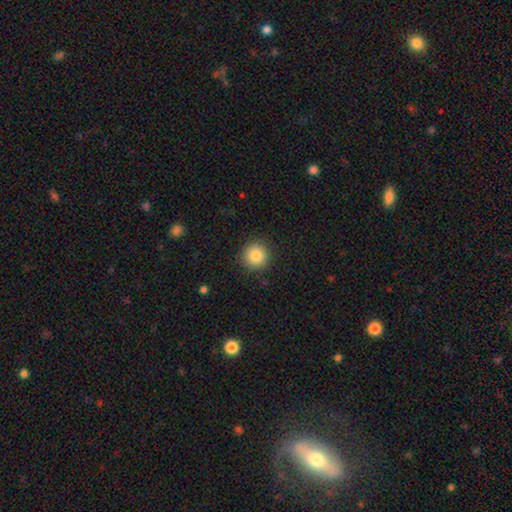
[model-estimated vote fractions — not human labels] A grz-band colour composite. It shows a smooth galaxy with no disk features (84%) that is round (95%). Merging: none (90%).